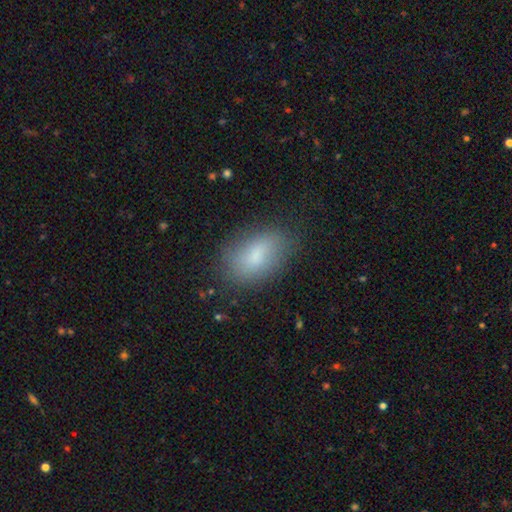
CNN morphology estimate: Smooth or featured: smooth — 77% (featured or disk — 14%)
How rounded: in between — 90% (round — 7%)
Merging: none — 74% (minor disturbance — 19%)